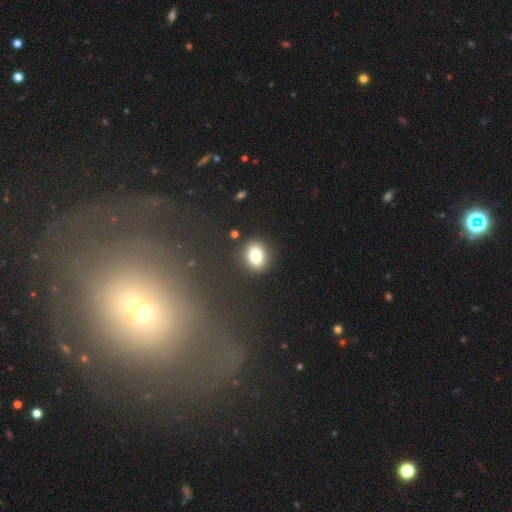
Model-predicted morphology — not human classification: This appears to be a smooth galaxy with no disk features (78%) that is round (53%). Merging: none (88%).